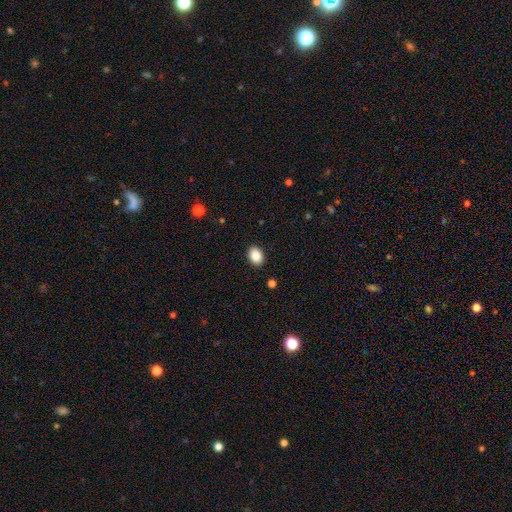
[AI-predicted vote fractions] A smooth galaxy with no disk features (88%) that is in between round and cigar-shaped (75%).

Vote fractions:
- Smooth or featured? smooth: 88% / star or artifact: 8% / featured or disk: 5%
- How rounded? in between: 75% / round: 24% / cigar-shaped: 1%
- Merging? none: 90% / minor disturbance: 7% / major disturbance: 2% / merger: 1%